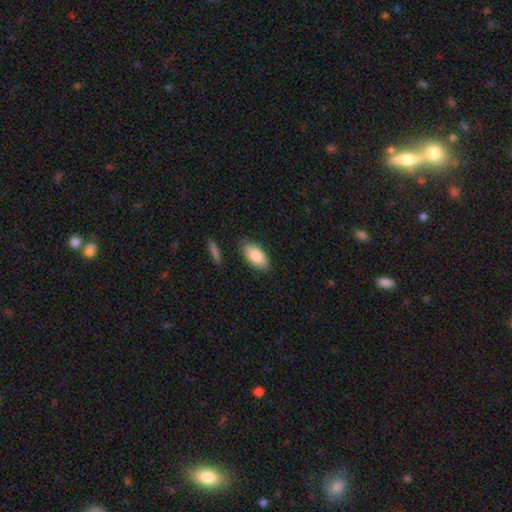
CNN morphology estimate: A smooth galaxy with no disk features (87%) that is in between round and cigar-shaped (90%).

Vote fractions:
- Smooth or featured? smooth: 87% / featured or disk: 7% / star or artifact: 6%
- How rounded? in between: 90% / cigar-shaped: 8% / round: 2%
- Merging? none: 84% / minor disturbance: 11% / major disturbance: 2% / merger: 2%